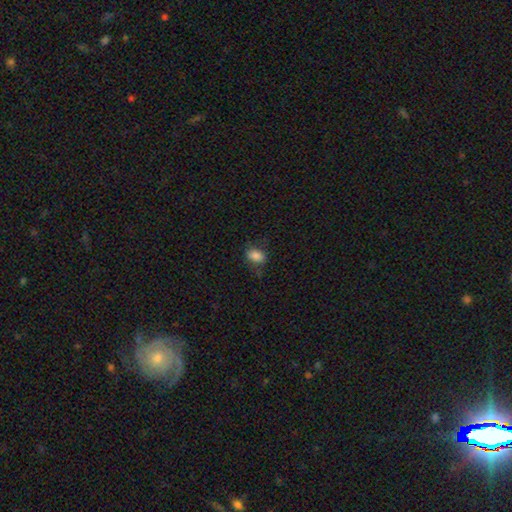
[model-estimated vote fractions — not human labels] Smooth or featured? Predicted: smooth (p=0.84). How rounded? Predicted: in between (p=0.83). Merging? Predicted: none (p=0.71).